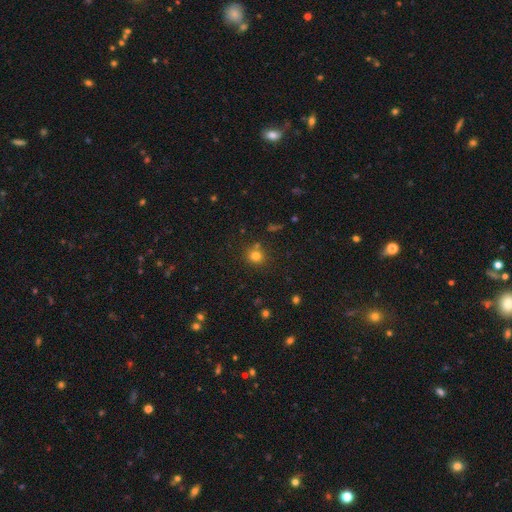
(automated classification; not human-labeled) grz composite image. It shows a smooth galaxy with no disk features (77%) that is round (85%). Merging: none (74%).